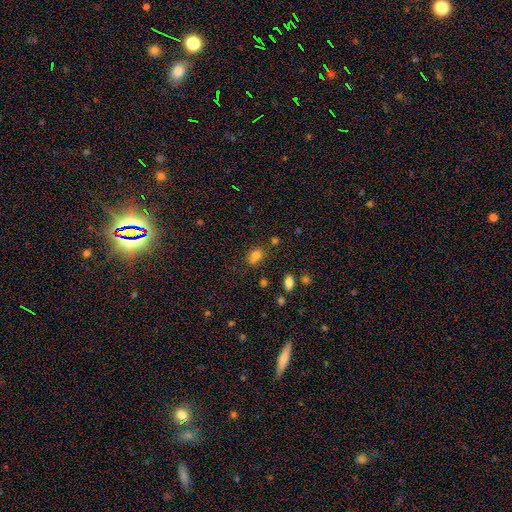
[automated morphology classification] Smooth or featured? smooth (79%)
How rounded? in between (73%)
Merging? none (68%)